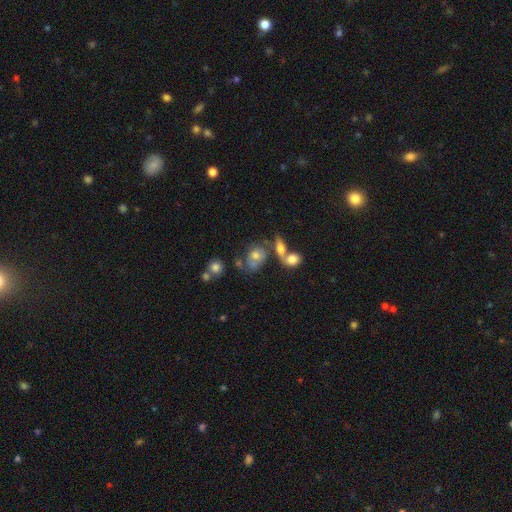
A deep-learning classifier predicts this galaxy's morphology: Smooth or featured? Predicted: smooth (p=0.59). How rounded? Predicted: in between (p=0.60). Merging? Predicted: merger (p=0.40).